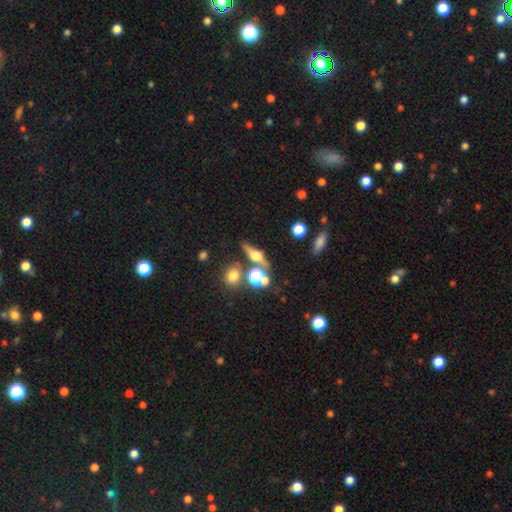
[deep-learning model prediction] Smooth or featured?
  - featured or disk: 52% *
  - smooth: 31%
  - star or artifact: 16%
Edge-on disk?
  - yes: 85% *
  - no: 15%
Merging?
  - none: 68% *
  - merger: 13%
  - minor disturbance: 13%
  - major disturbance: 6%